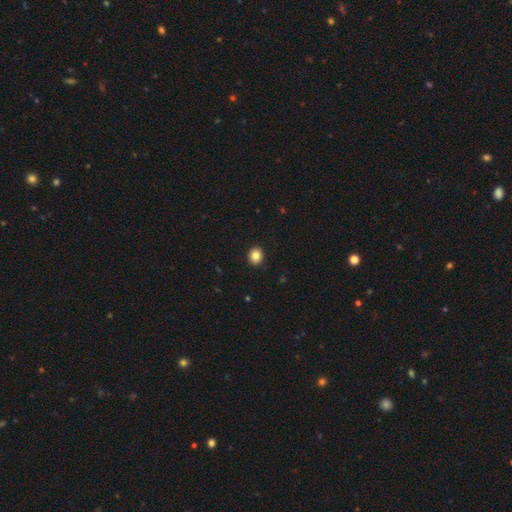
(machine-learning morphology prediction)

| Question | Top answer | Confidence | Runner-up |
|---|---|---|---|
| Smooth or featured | smooth | 84% | star or artifact (10%) |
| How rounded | round | 72% | in between (27%) |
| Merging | none | 92% | minor disturbance (5%) |